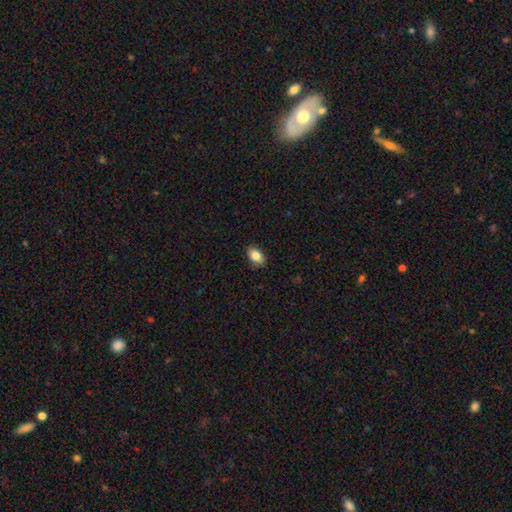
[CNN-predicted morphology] This appears to be a smooth galaxy with no disk features (85%) that is in between round and cigar-shaped (85%). Merging: none (84%).